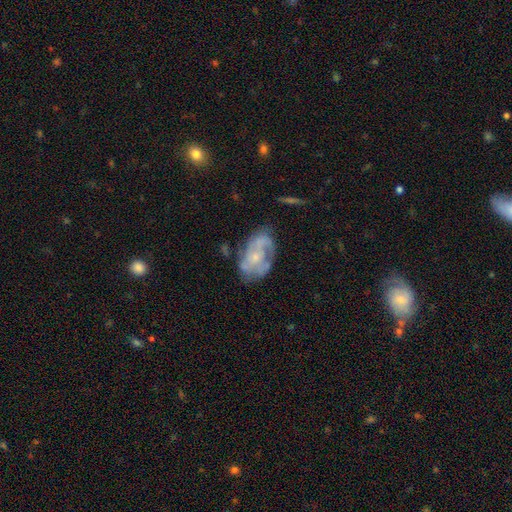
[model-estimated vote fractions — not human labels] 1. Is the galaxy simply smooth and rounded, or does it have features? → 67% featured or disk, 26% smooth, 8% star or artifact.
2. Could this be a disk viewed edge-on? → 96% no, 4% yes.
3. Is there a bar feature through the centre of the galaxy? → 77% no, 20% weak, 3% strong.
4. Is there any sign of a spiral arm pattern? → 66% yes, 34% no.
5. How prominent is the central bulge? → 60% small, 29% moderate, 9% none, 2% large, 1% dominant.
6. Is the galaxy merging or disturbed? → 57% none, 26% minor disturbance, 13% major disturbance, 4% merger.